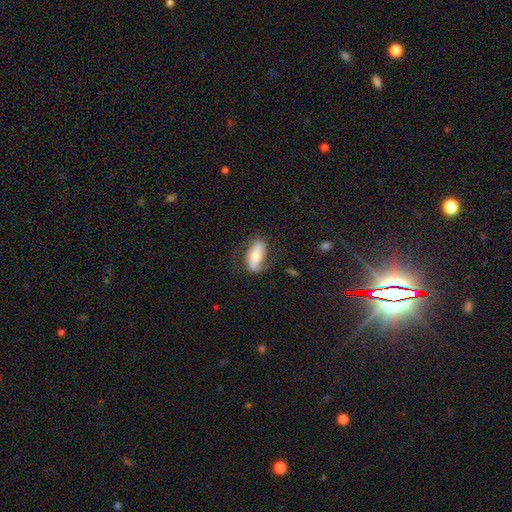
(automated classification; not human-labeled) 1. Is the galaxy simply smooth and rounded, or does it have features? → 47% smooth, 46% featured or disk, 7% star or artifact.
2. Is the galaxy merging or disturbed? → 63% none, 22% minor disturbance, 13% major disturbance, 2% merger.